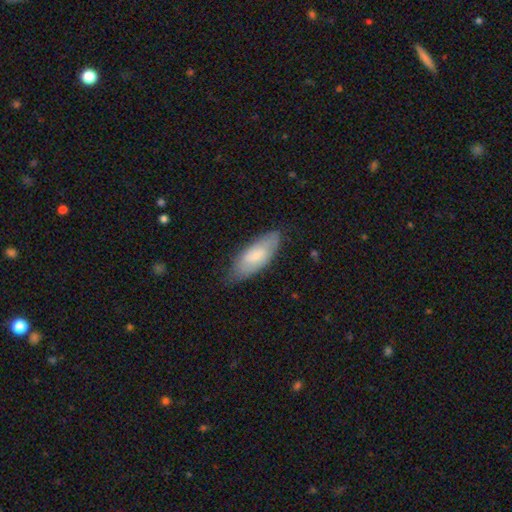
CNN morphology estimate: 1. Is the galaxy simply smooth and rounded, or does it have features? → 66% smooth, 28% featured or disk, 6% star or artifact.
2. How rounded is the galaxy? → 75% in between, 23% cigar-shaped, 2% round.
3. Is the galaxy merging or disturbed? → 71% none, 23% minor disturbance, 5% major disturbance, 1% merger.